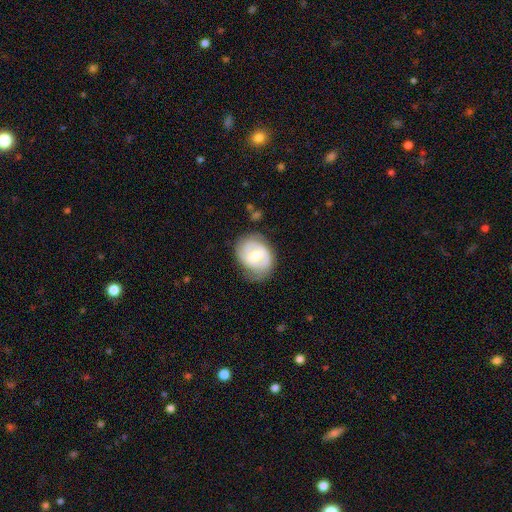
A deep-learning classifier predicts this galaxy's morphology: A featured or disk galaxy (54%) with a weak bar (51%), spiral arms (58%) and a moderate central bulge (57%). Merging: none (60%).